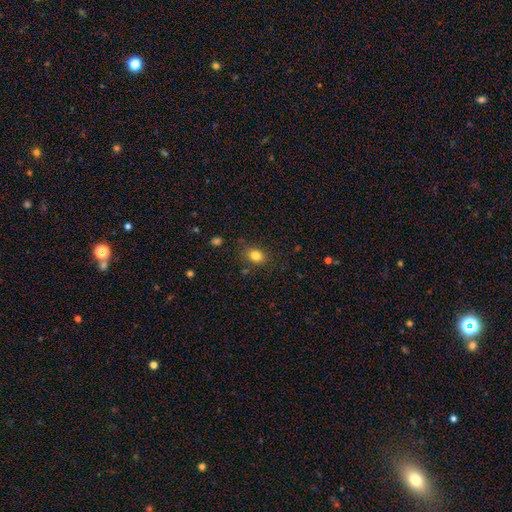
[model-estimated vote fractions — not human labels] A smooth galaxy with no disk features (83%) that is in between round and cigar-shaped (63%).

Vote fractions:
- Smooth or featured? smooth: 83% / star or artifact: 11% / featured or disk: 6%
- How rounded? in between: 63% / round: 36% / cigar-shaped: 1%
- Merging? none: 80% / minor disturbance: 14% / major disturbance: 4% / merger: 2%